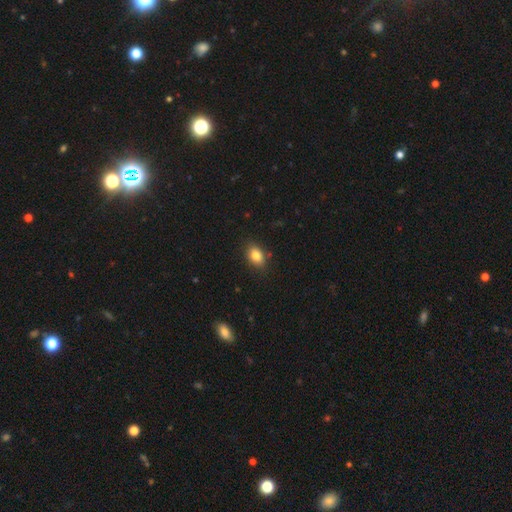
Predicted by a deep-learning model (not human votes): Overall: smooth (84%). How rounded: in between (80%). Merging: none (85%).